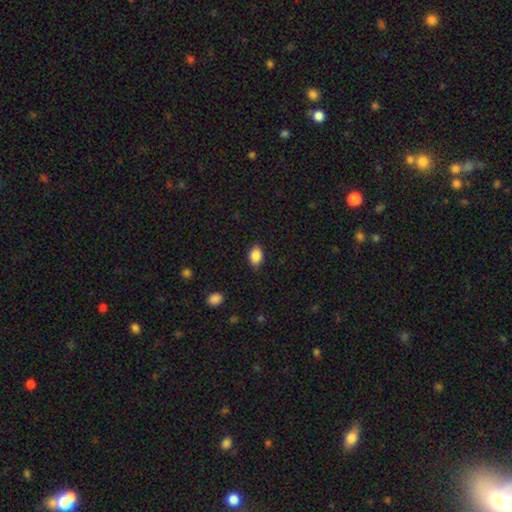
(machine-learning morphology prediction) Smooth or featured: smooth — 88% (star or artifact — 8%)
How rounded: in between — 80% (round — 19%)
Merging: none — 85% (minor disturbance — 11%)